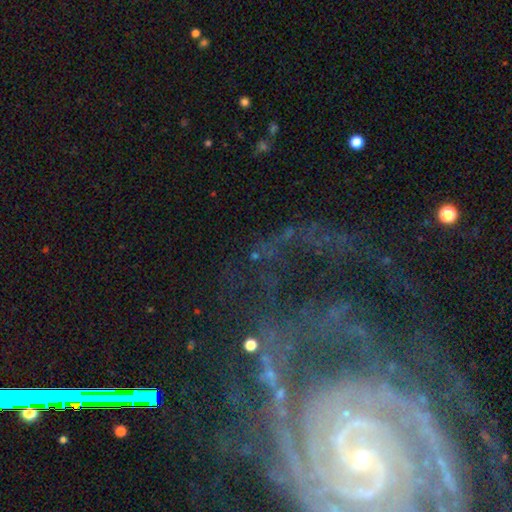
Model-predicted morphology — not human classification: smooth_or_featured: star or artifact (p=0.57) [alt: featured or disk p=0.25]